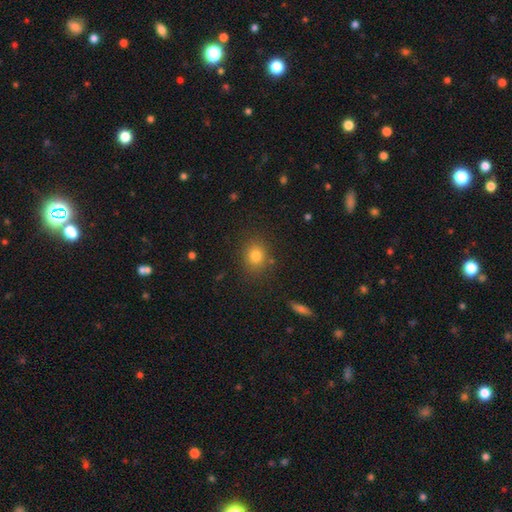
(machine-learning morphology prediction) smooth-or-featured: smooth: 79% | star or artifact: 13% | featured or disk: 8%
  how-rounded: round: 71% | in between: 28% | cigar-shaped: 1%
  merging: none: 84% | minor disturbance: 10% | major disturbance: 3% | merger: 3%